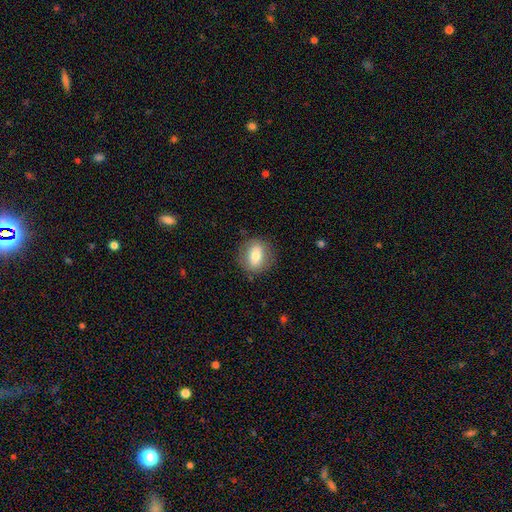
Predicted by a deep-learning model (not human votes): Smooth or featured: smooth — 71% (featured or disk — 21%)
How rounded: in between — 50% (round — 48%)
Merging: none — 83% (minor disturbance — 12%)